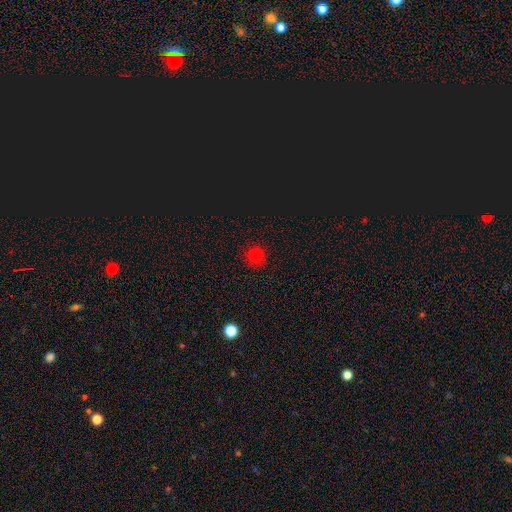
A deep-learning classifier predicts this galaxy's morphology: Smooth or featured: smooth — 77% (star or artifact — 18%)
How rounded: round — 93% (in between — 6%)
Merging: none — 89% (minor disturbance — 8%)